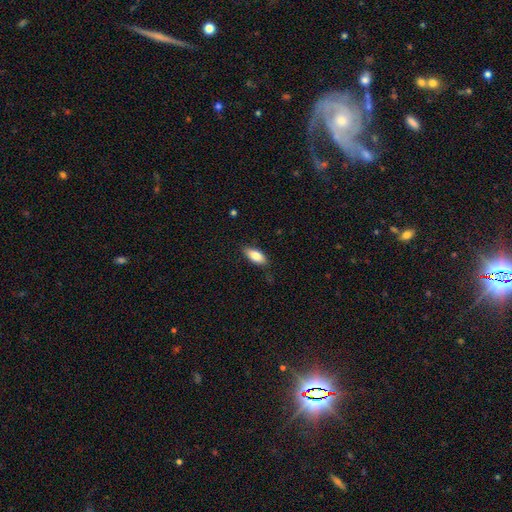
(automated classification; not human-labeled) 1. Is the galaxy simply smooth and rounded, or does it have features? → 81% smooth, 12% featured or disk, 7% star or artifact.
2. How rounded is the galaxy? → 84% in between, 14% cigar-shaped, 2% round.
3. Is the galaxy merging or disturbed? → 82% none, 14% minor disturbance, 3% major disturbance, 1% merger.